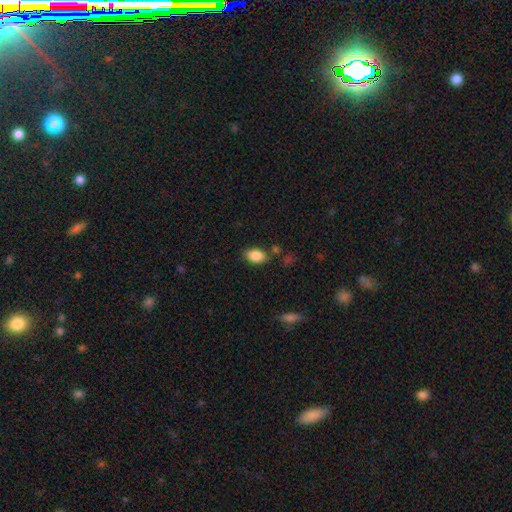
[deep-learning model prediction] This appears to be a smooth galaxy with no disk features (86%) that is in between round and cigar-shaped (86%). Merging: none (79%).